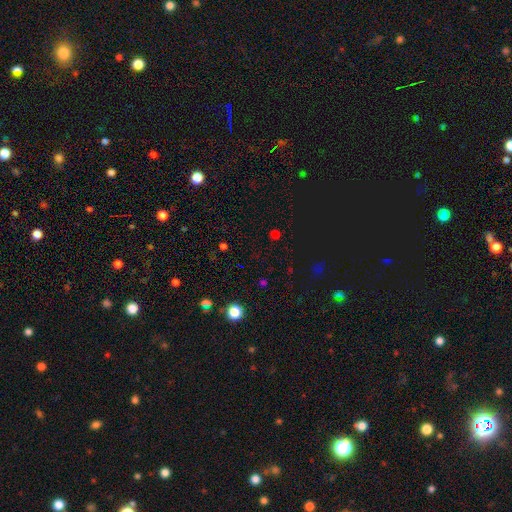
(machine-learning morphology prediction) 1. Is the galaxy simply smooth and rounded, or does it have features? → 55% star or artifact, 39% smooth, 6% featured or disk.